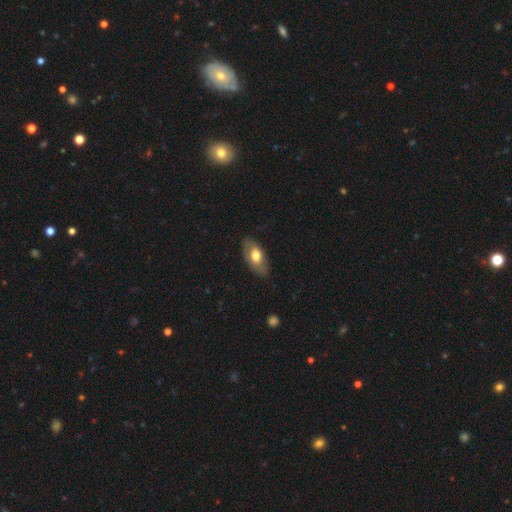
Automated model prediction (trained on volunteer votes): This appears to be a smooth galaxy with no disk features (60%) that is in between round and cigar-shaped (89%). Merging: none (77%).